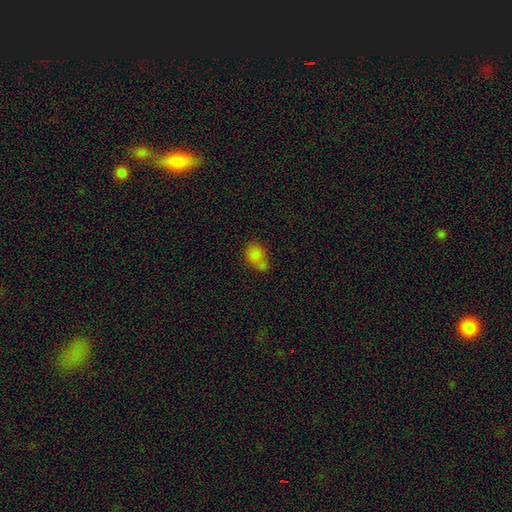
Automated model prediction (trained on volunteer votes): Smooth or featured: smooth — 79% (star or artifact — 13%)
How rounded: in between — 71% (round — 28%)
Merging: none — 44% (merger — 24%)